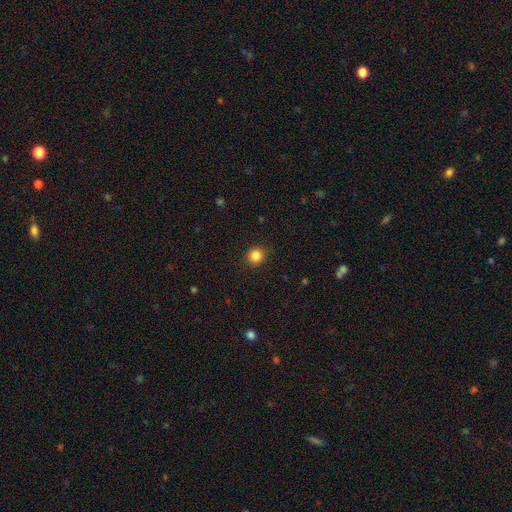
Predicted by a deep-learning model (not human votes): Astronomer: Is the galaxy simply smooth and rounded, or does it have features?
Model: smooth — 85%.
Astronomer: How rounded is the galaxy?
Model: round — 87%.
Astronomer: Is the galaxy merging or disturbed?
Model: none — 90%.